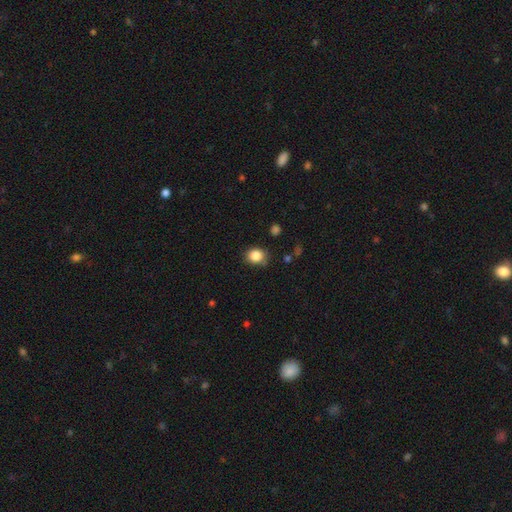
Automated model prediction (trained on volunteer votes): The model was most divided on "how rounded": round: 68%, in between: 31%, cigar-shaped: 1%. More confident: smooth or featured — smooth (85%); merging — none (79%).